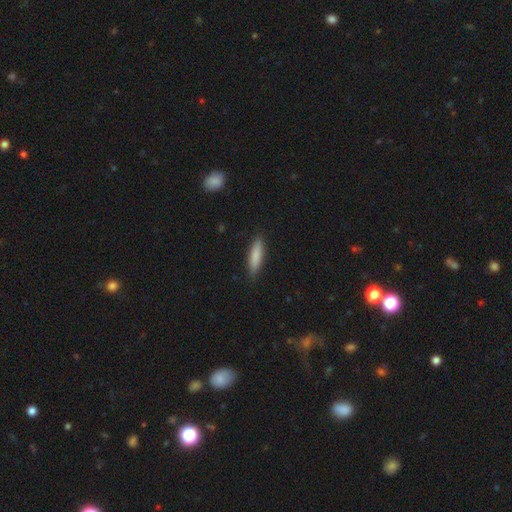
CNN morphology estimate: The model was most divided on "how rounded": cigar-shaped: 76%, in between: 23%, round: 1%. More confident: merging — none (86%); smooth or featured — smooth (84%).